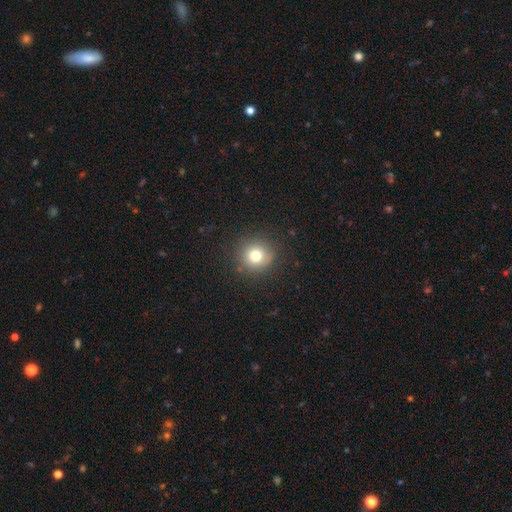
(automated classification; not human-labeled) Overall: smooth (77%). How rounded: round (90%). Merging: none (87%).